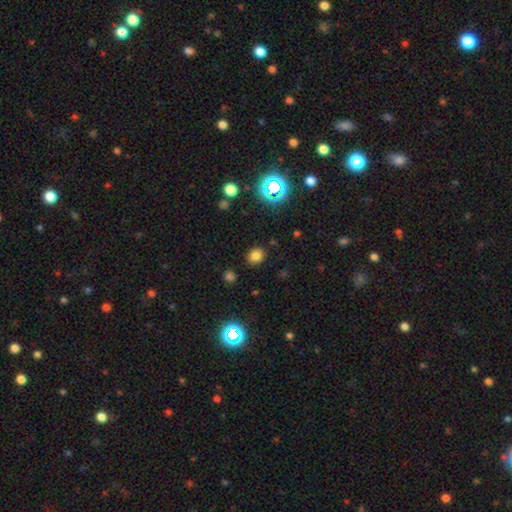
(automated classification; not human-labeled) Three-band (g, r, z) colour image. It shows a smooth galaxy with no disk features (76%) that is round (61%). Merging: none (86%).